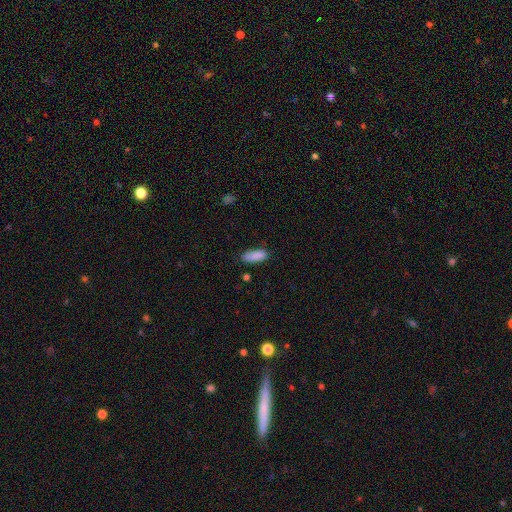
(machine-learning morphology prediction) type=smooth (88%); roundness=in between (70%); merging=none (76%).